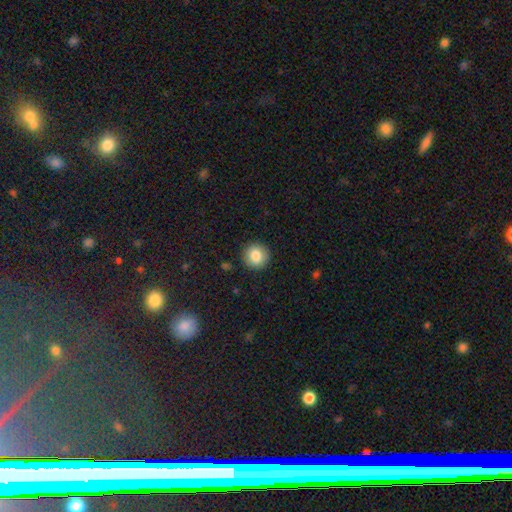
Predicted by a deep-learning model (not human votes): smooth-or-featured: smooth: 85% | star or artifact: 9% | featured or disk: 7%
  how-rounded: round: 94% | in between: 5% | cigar-shaped: 1%
  merging: none: 91% | minor disturbance: 6% | major disturbance: 2% | merger: 1%